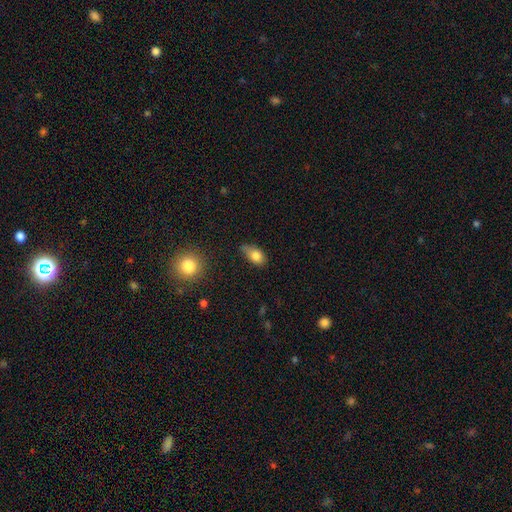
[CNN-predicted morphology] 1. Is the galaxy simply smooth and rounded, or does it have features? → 80% smooth, 11% featured or disk, 9% star or artifact.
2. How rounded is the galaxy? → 85% in between, 11% round, 4% cigar-shaped.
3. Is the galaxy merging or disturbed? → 51% none, 37% minor disturbance, 9% major disturbance, 3% merger.